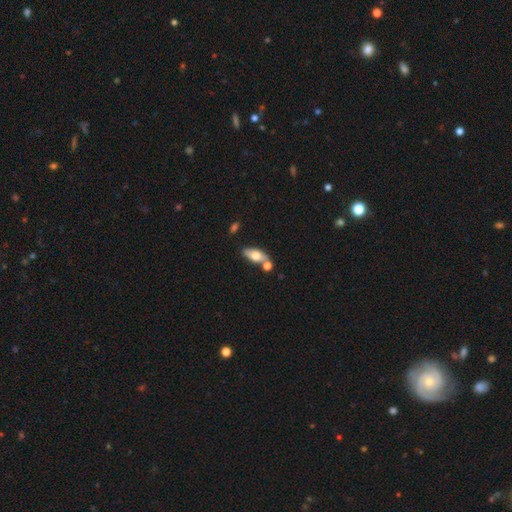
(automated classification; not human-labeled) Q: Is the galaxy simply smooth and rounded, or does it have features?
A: smooth — 63%.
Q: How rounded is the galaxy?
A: in between — 82%.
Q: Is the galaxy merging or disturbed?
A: none — 62%.